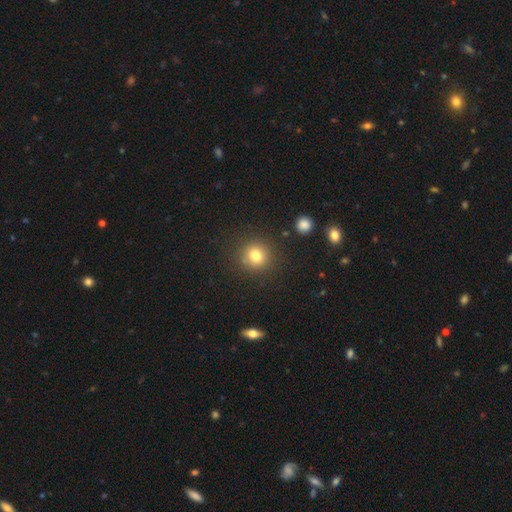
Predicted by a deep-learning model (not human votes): Overall: smooth (79%). How rounded: round (89%). Merging: none (86%).